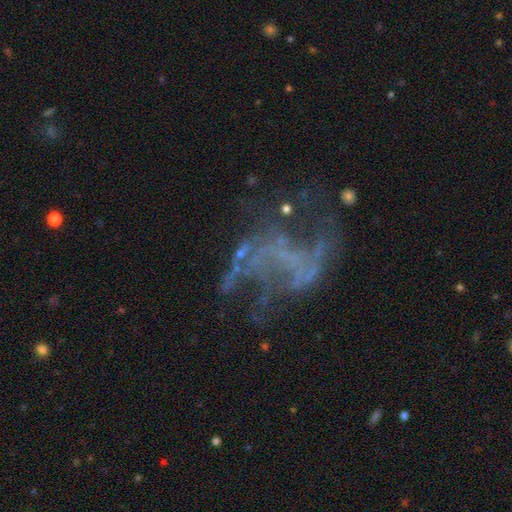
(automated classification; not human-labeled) smooth-or-featured: featured or disk: 71% | star or artifact: 19% | smooth: 10%
  disk-edge-on: no: 98% | yes: 2%
    bar: no: 69% | weak: 20% | strong: 10%
    has-spiral-arms: no: 51% | yes: 49%
    bulge-size: none: 80% | small: 13% | moderate: 4% | large: 2% | dominant: 1%
  merging: none: 43% | major disturbance: 37% | minor disturbance: 15% | merger: 6%